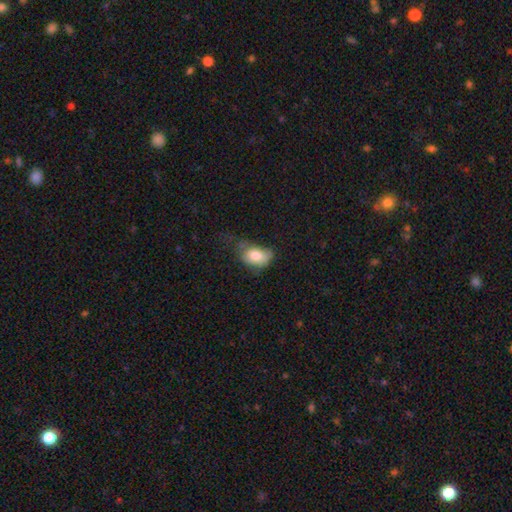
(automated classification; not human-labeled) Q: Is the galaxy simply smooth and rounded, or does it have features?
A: smooth — 79%.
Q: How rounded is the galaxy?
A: in between — 83%.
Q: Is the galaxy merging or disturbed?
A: minor disturbance — 38%.